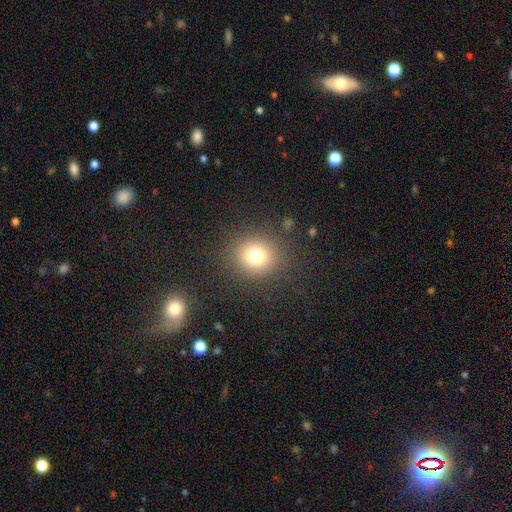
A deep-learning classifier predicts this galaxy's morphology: Smooth or featured? Predicted: smooth (p=0.75). How rounded? Predicted: round (p=0.84). Merging? Predicted: none (p=0.86).